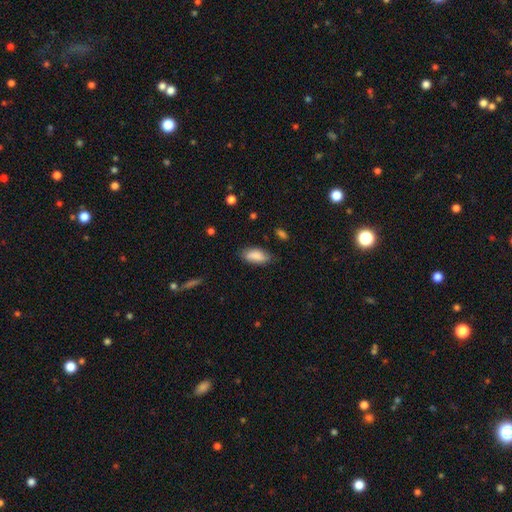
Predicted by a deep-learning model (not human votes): Morphology: type=smooth (85%); roundness=in between (89%); merging=none (72%).